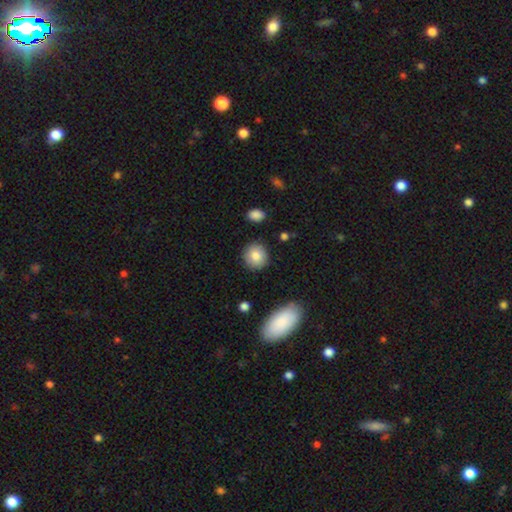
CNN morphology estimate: Smooth or featured?
  - smooth: 83% *
  - featured or disk: 9%
  - star or artifact: 8%
How rounded?
  - round: 87% *
  - in between: 12%
  - cigar-shaped: 1%
Merging?
  - none: 88% *
  - minor disturbance: 8%
  - major disturbance: 2%
  - merger: 2%